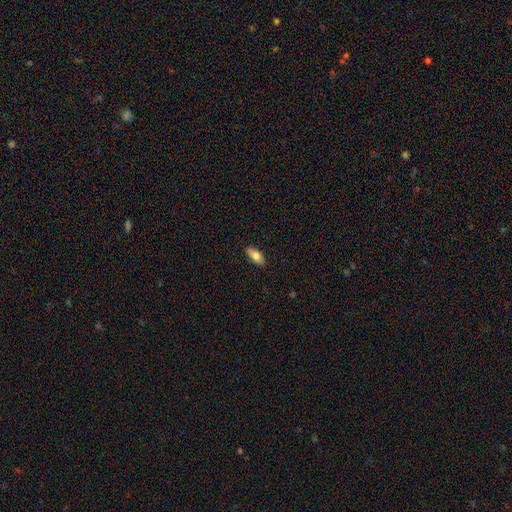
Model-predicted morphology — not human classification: Smooth or featured? Predicted: smooth (p=0.80). How rounded? Predicted: in between (p=0.86). Merging? Predicted: none (p=0.88).